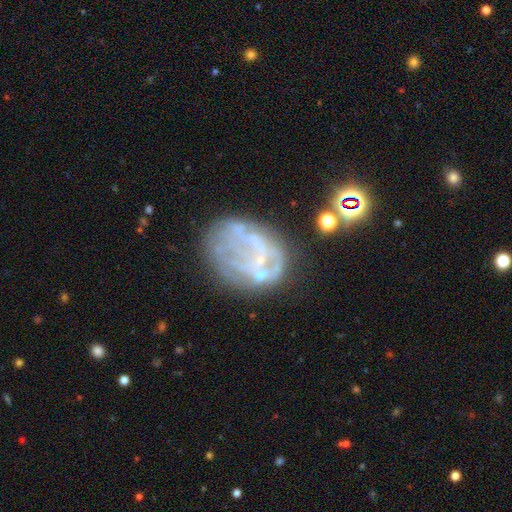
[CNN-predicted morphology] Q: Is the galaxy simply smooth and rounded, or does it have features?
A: featured or disk — 64%.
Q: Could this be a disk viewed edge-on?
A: no — 98%.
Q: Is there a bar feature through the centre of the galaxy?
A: no — 83%.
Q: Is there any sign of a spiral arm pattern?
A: no — 80%.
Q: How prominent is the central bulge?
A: none — 57%.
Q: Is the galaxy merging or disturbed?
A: none — 45%.